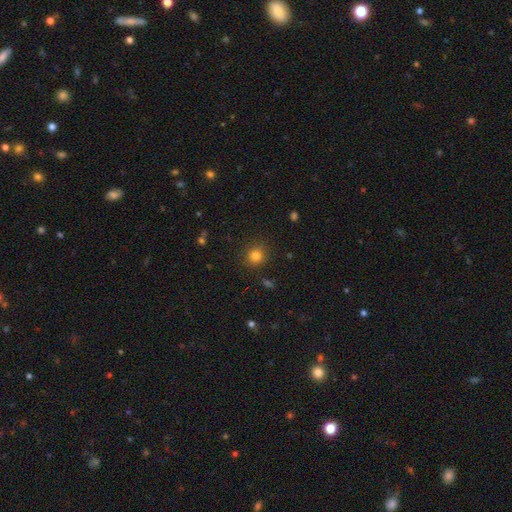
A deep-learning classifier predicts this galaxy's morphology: This appears to be a smooth galaxy with no disk features (80%) that is round (86%). Merging: none (86%).